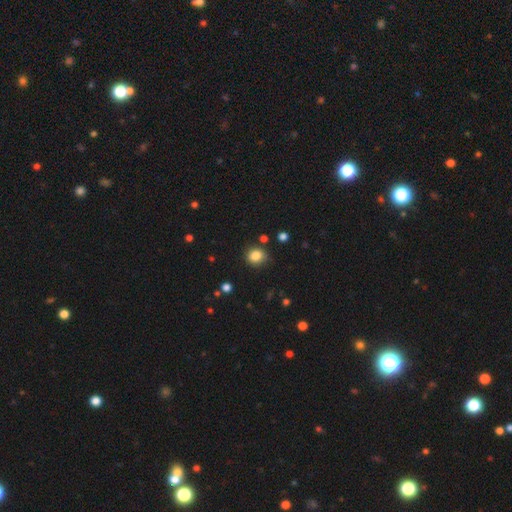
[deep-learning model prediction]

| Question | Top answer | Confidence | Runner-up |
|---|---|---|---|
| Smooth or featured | smooth | 84% | star or artifact (11%) |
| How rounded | round | 79% | in between (20%) |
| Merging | none | 79% | minor disturbance (14%) |